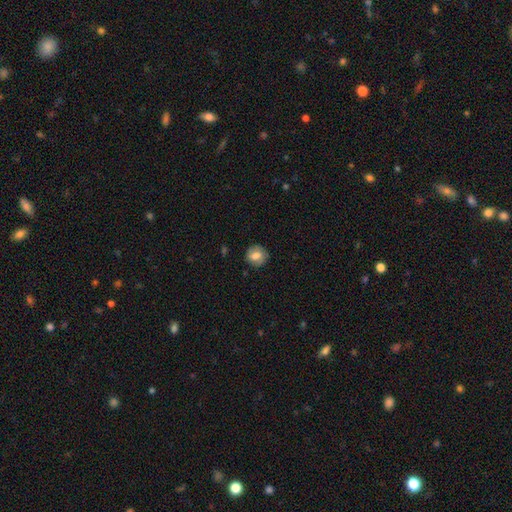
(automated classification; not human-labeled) Smooth or featured: smooth — 74% (featured or disk — 18%)
How rounded: round — 85% (in between — 14%)
Merging: none — 82% (minor disturbance — 13%)